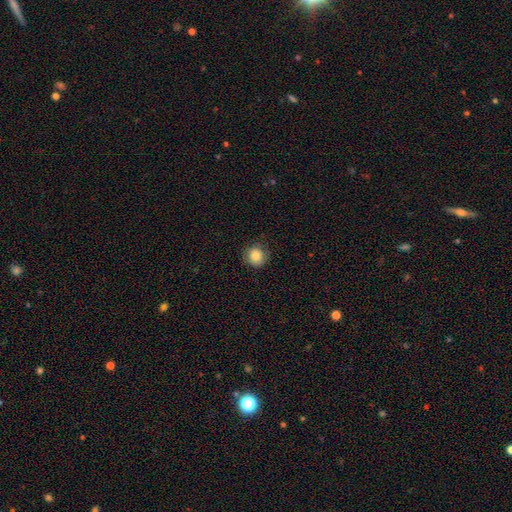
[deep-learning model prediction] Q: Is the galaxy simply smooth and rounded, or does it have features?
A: smooth — 83%.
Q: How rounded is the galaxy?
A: round — 91%.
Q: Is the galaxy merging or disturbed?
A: none — 83%.